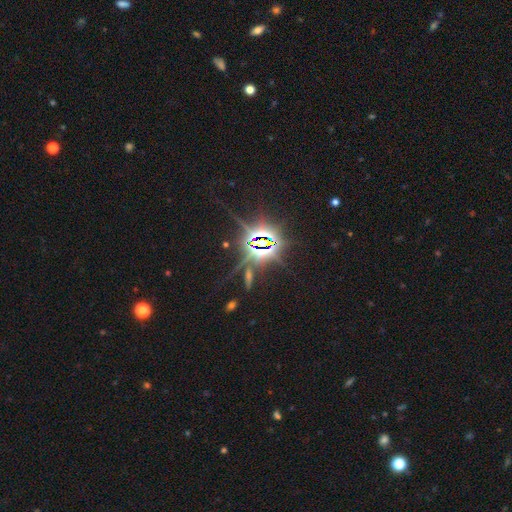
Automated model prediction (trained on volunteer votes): star or artifact 83%, smooth 10%, featured or disk 6%.